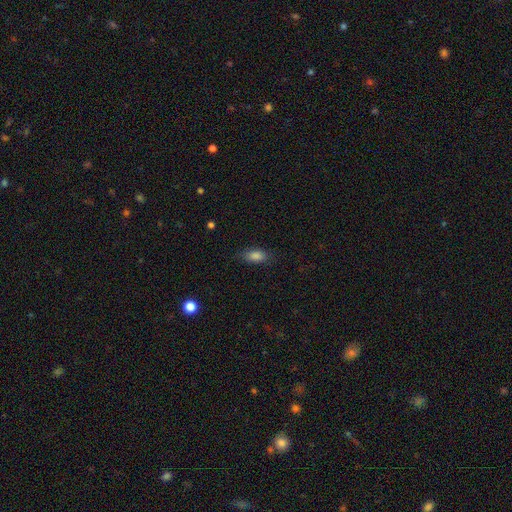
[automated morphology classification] smooth-or-featured: smooth: 84% | star or artifact: 9% | featured or disk: 7%
  how-rounded: in between: 86% | cigar-shaped: 10% | round: 4%
  merging: none: 81% | minor disturbance: 14% | major disturbance: 4% | merger: 1%